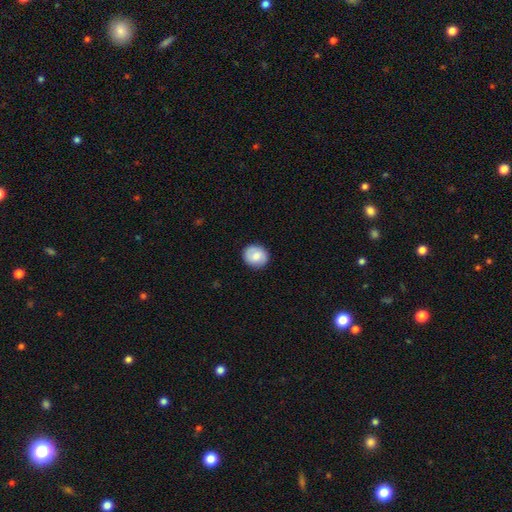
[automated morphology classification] smooth 75%, featured or disk 18%, star or artifact 7%. Down the decision tree: how rounded — round (79%); merging — none (87%).